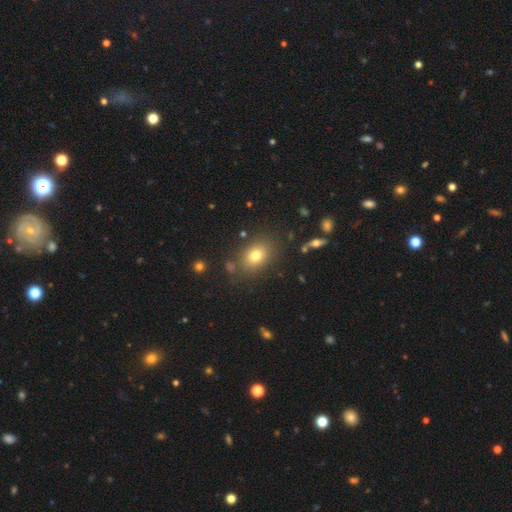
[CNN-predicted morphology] A smooth galaxy with no disk features (76%) that is in between round and cigar-shaped (68%).

Vote fractions:
- Smooth or featured? smooth: 76% / star or artifact: 12% / featured or disk: 11%
- How rounded? in between: 68% / round: 30% / cigar-shaped: 1%
- Merging? none: 81% / minor disturbance: 11% / major disturbance: 4% / merger: 4%